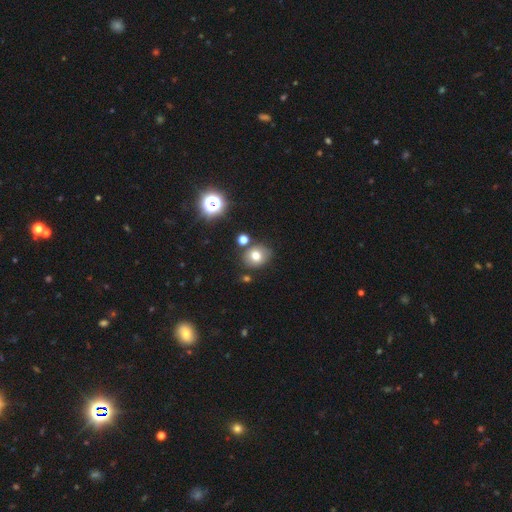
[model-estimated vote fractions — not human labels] smooth 74%, star or artifact 15%, featured or disk 11%. Down the decision tree: how rounded — round (67%); merging — none (76%).